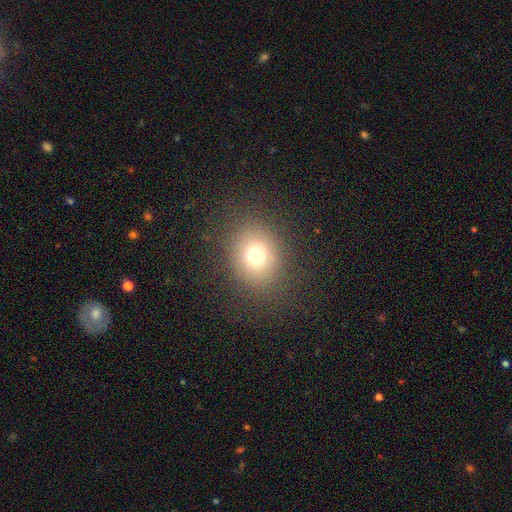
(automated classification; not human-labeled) Smooth or featured? smooth (71%)
How rounded? round (73%)
Merging? none (86%)